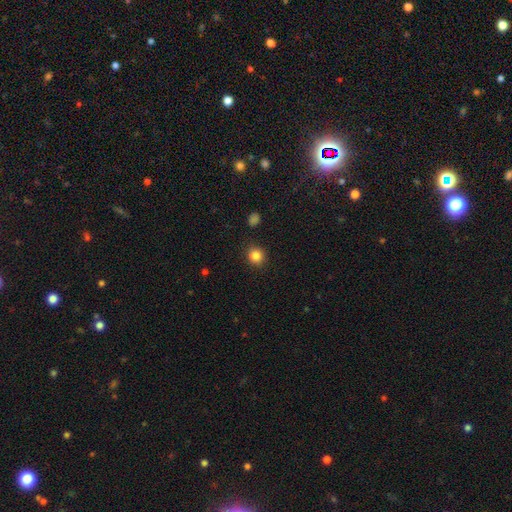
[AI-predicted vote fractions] Q: Smooth or featured?
A: smooth (85%); runner-up: star or artifact (11%)
Q: How rounded?
A: round (88%); runner-up: in between (11%)
Q: Merging?
A: none (89%); runner-up: minor disturbance (7%)